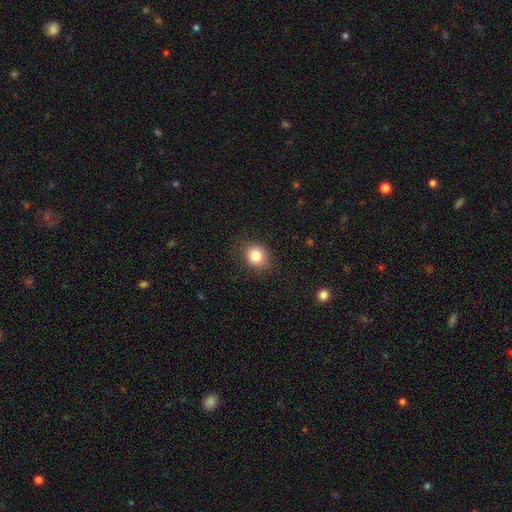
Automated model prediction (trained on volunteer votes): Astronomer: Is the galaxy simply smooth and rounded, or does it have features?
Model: smooth — 85%.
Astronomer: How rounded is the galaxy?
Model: round — 66%.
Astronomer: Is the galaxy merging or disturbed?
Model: none — 83%.